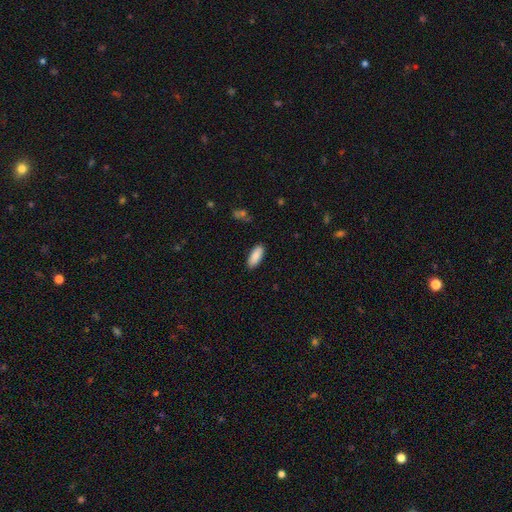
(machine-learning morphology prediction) smooth 89%, star or artifact 6%, featured or disk 5%. Down the decision tree: how rounded — in between (80%); merging — none (89%).